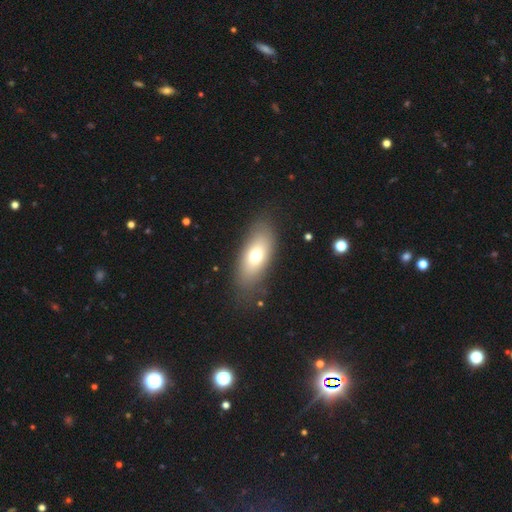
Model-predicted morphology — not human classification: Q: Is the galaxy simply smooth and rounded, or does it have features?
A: smooth — 68%.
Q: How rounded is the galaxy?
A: in between — 84%.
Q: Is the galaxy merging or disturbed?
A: none — 80%.